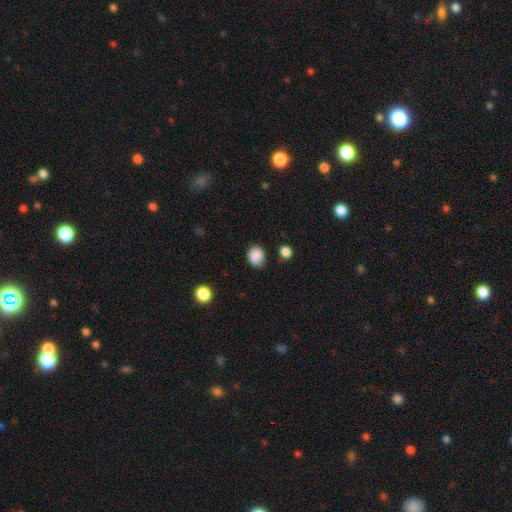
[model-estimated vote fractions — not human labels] smooth_or_featured: smooth (p=0.86) [alt: star or artifact p=0.09]
how_rounded: round (p=0.66) [alt: in between p=0.33]
merging: none (p=0.69) [alt: minor disturbance p=0.23]